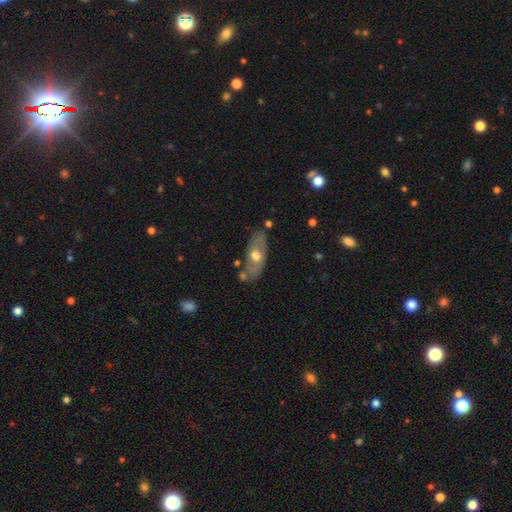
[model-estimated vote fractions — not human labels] smooth-or-featured: featured or disk: 54% | smooth: 40% | star or artifact: 6%
  disk-edge-on: no: 76% | yes: 24%
  merging: none: 71% | minor disturbance: 18% | merger: 6% | major disturbance: 5%